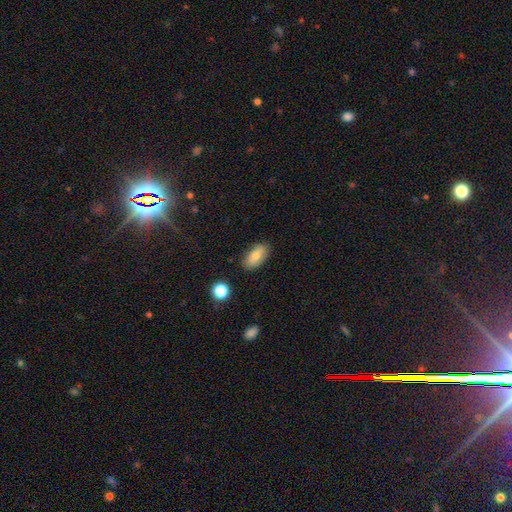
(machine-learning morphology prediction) smooth_or_featured: smooth (p=0.74) [alt: featured or disk p=0.18]
how_rounded: in between (p=0.91) [alt: cigar-shaped p=0.05]
merging: none (p=0.85) [alt: minor disturbance p=0.11]